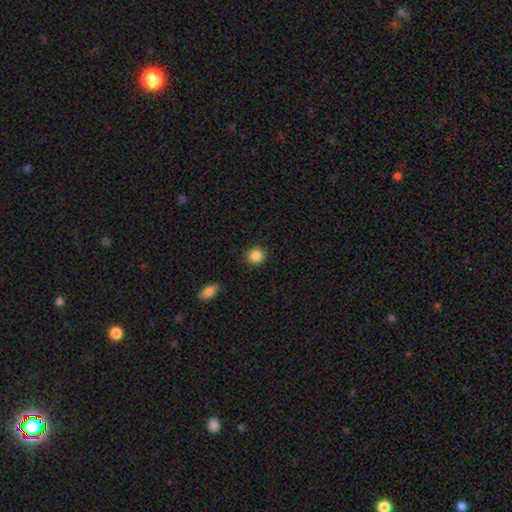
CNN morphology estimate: Smooth or featured?
  - smooth: 87% *
  - star or artifact: 9%
  - featured or disk: 4%
How rounded?
  - round: 88% *
  - in between: 11%
  - cigar-shaped: 1%
Merging?
  - none: 88% *
  - minor disturbance: 8%
  - major disturbance: 2%
  - merger: 1%